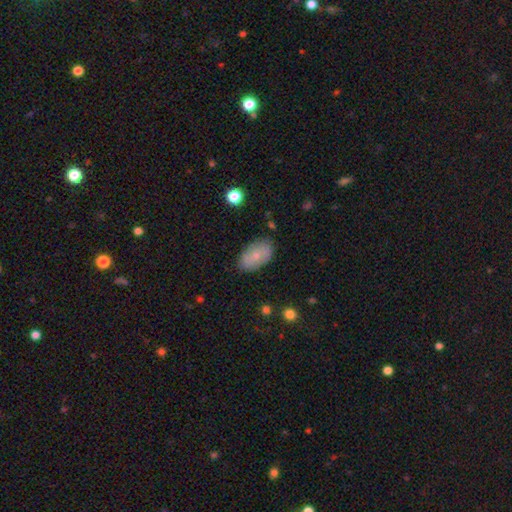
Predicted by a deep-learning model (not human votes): A smooth galaxy with no disk features (65%) that is in between round and cigar-shaped (92%). Merging: none (81%).